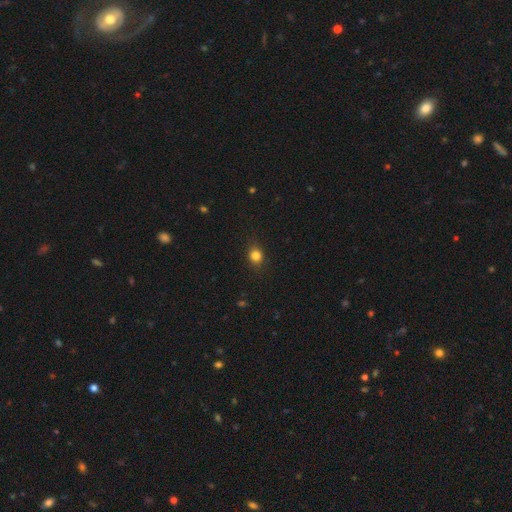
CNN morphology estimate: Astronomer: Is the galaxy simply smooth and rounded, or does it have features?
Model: smooth — 82%.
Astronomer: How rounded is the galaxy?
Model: round — 69%.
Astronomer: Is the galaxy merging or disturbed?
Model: none — 85%.